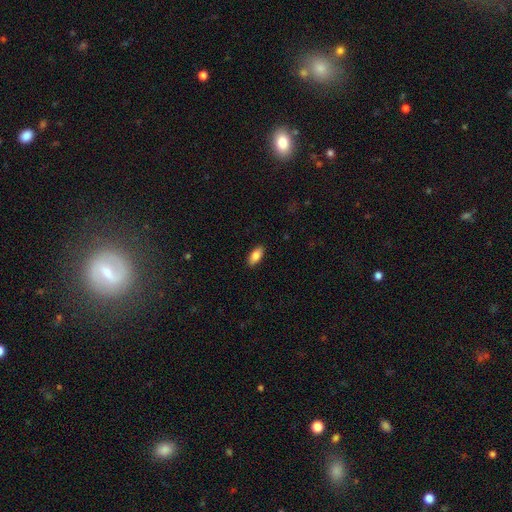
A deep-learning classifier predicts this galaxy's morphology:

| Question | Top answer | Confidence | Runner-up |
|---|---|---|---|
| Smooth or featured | smooth | 85% | featured or disk (8%) |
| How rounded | in between | 90% | cigar-shaped (7%) |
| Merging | none | 89% | minor disturbance (8%) |